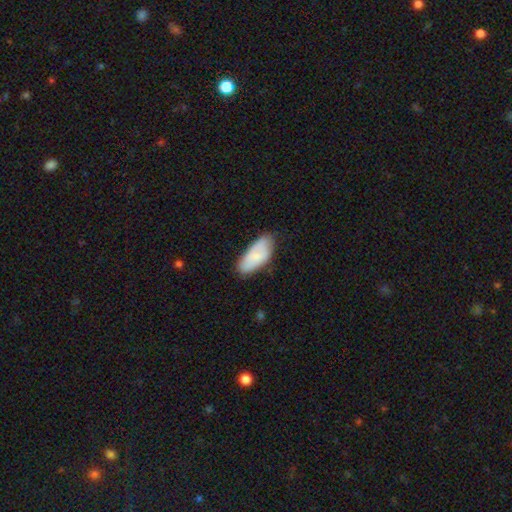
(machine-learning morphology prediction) smooth 74%, featured or disk 20%, star or artifact 6%. Down the decision tree: how rounded — in between (88%); merging — none (68%).